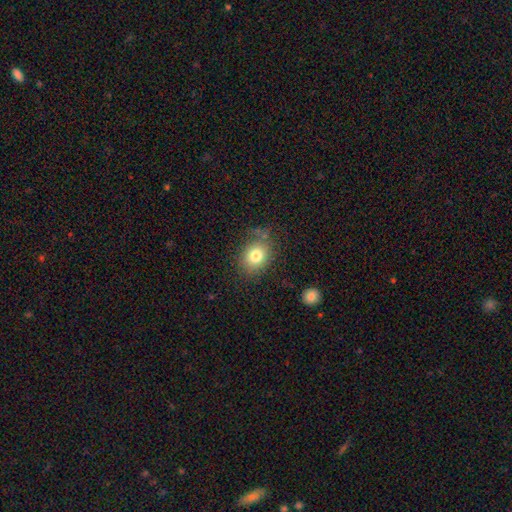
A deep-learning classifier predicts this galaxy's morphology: smooth 80%, star or artifact 11%, featured or disk 10%. Down the decision tree: how rounded — round (53%); merging — none (74%).